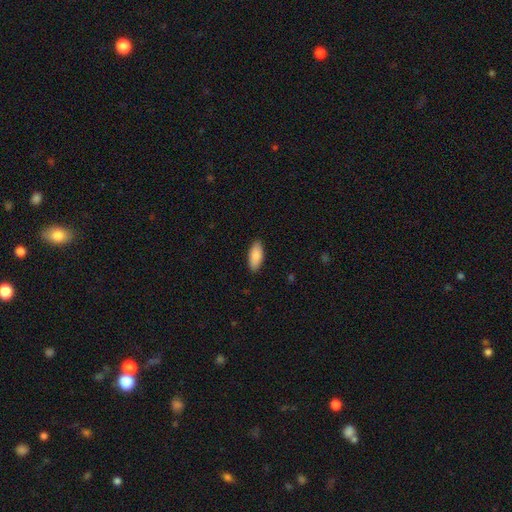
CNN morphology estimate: Smooth or featured? Predicted: smooth (p=0.88). How rounded? Predicted: in between (p=0.85). Merging? Predicted: none (p=0.89).